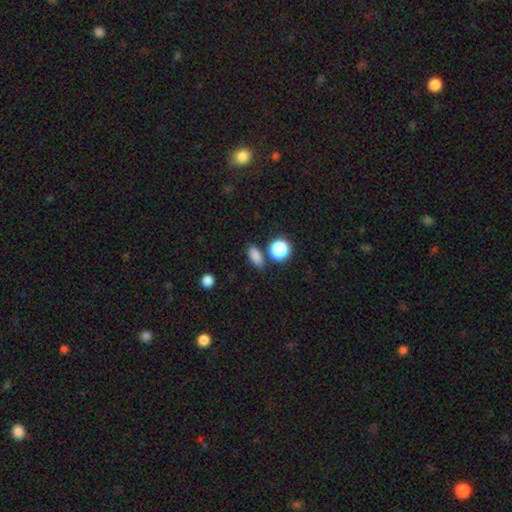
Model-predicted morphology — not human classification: Smooth or featured? smooth (83%)
How rounded? in between (74%)
Merging? none (78%)